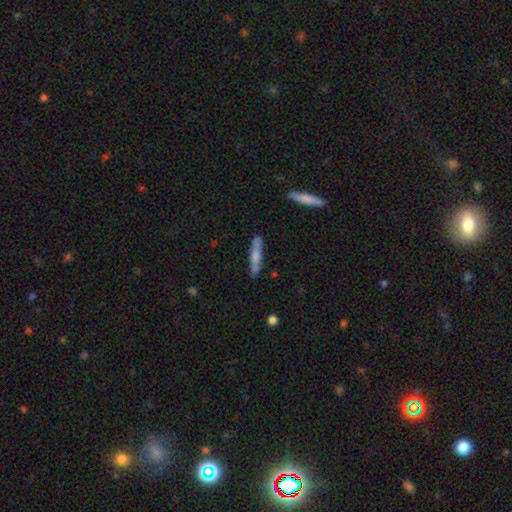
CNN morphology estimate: smooth 57%, featured or disk 37%, star or artifact 6%. Down the decision tree: how rounded — cigar-shaped (90%); merging — none (81%).